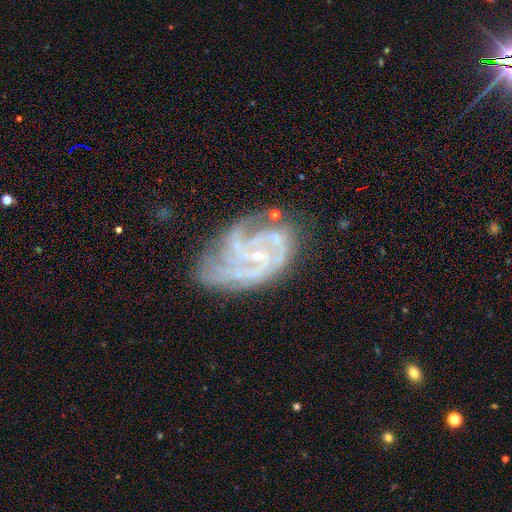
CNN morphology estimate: Smooth or featured?
  - featured or disk: 87% *
  - star or artifact: 7%
  - smooth: 6%
Edge-on disk?
  - no: 98% *
  - yes: 2%
Bar?
  - no: 52% *
  - weak: 36%
  - strong: 12%
Spiral arms?
  - yes: 96% *
  - no: 4%
Spiral winding?
  - tight: 48% *
  - medium: 42%
  - loose: 11%
Spiral arm count?
  - 3: 34% *
  - 2: 19%
  - can't tell: 18%
  - 4: 15%
  - more than 4: 7%
  - 1: 7%
Bulge size?
  - small: 80% *
  - moderate: 11%
  - none: 6%
  - large: 1%
  - dominant: 1%
Merging?
  - none: 51% *
  - minor disturbance: 26%
  - major disturbance: 19%
  - merger: 4%